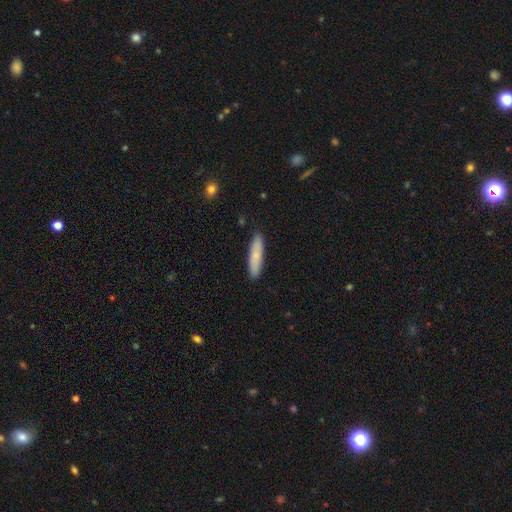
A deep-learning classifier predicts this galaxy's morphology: Overall: smooth (78%). How rounded: cigar-shaped (79%). Merging: none (88%).